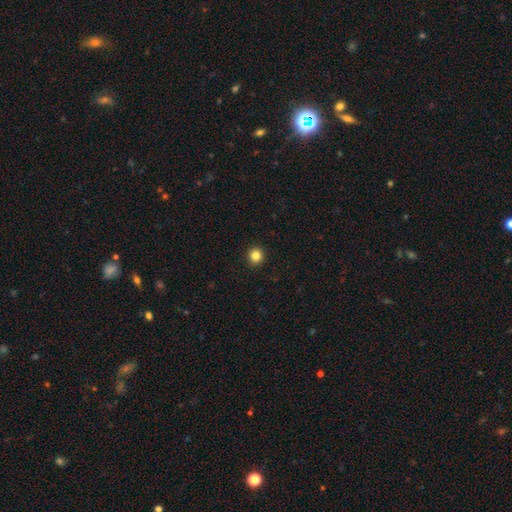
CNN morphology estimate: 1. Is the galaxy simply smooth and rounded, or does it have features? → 84% smooth, 11% star or artifact, 4% featured or disk.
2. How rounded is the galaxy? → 92% round, 7% in between, 1% cigar-shaped.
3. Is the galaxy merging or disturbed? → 93% none, 4% minor disturbance, 1% major disturbance, 1% merger.